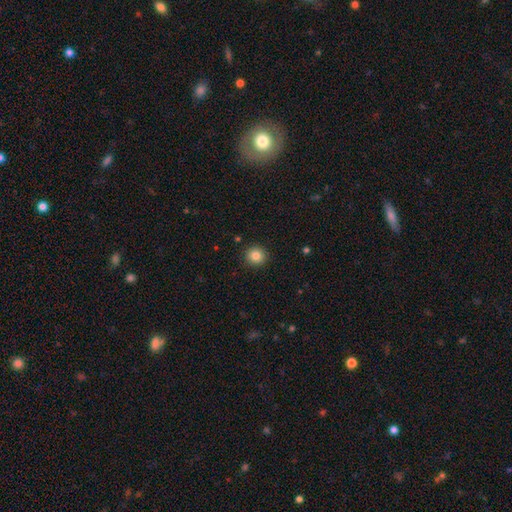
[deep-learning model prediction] smooth 84%, star or artifact 10%, featured or disk 6%. Down the decision tree: how rounded — round (92%); merging — none (91%).